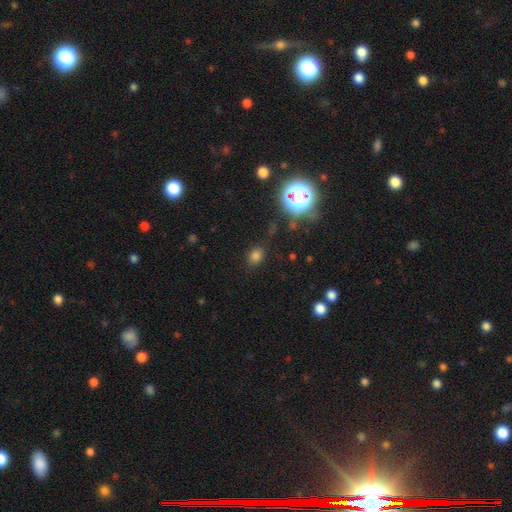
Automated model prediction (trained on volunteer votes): smooth_or_featured: smooth (p=0.72) [alt: star or artifact p=0.22]
how_rounded: in between (p=0.55) [alt: round p=0.44]
merging: none (p=0.82) [alt: minor disturbance p=0.12]